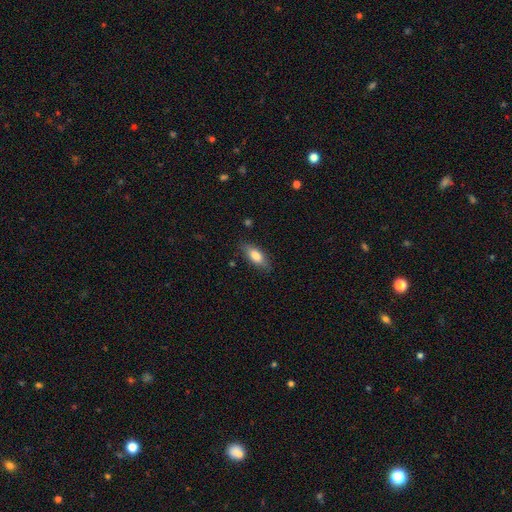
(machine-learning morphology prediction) This is likely a smooth galaxy (78%). How rounded: likely in between (78%). Merging: clearly none (81%).